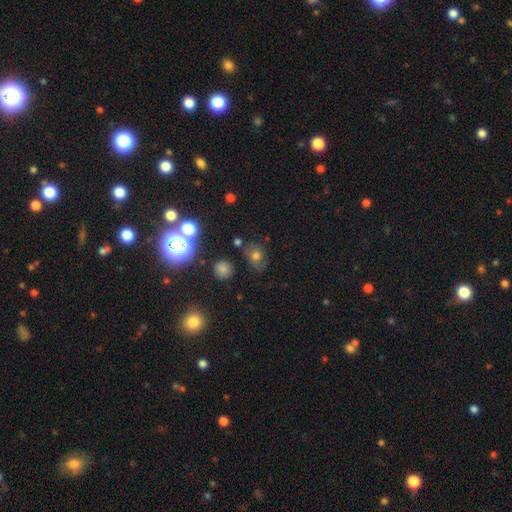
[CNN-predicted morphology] A smooth galaxy with no disk features (64%) that is in between round and cigar-shaped (51%).

Vote fractions:
- Smooth or featured? smooth: 64% / star or artifact: 22% / featured or disk: 14%
- How rounded? in between: 51% / round: 48% / cigar-shaped: 1%
- Merging? none: 69% / minor disturbance: 18% / major disturbance: 7% / merger: 6%